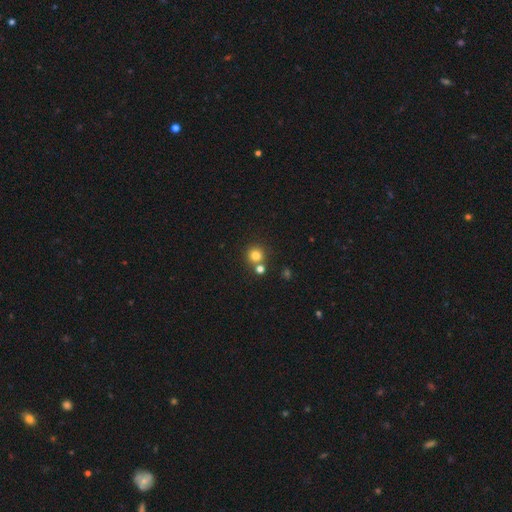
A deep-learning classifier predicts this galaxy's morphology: Smooth or featured?
  - smooth: 80% *
  - star or artifact: 13%
  - featured or disk: 7%
How rounded?
  - round: 93% *
  - in between: 6%
  - cigar-shaped: 1%
Merging?
  - none: 71% *
  - merger: 20%
  - minor disturbance: 7%
  - major disturbance: 3%